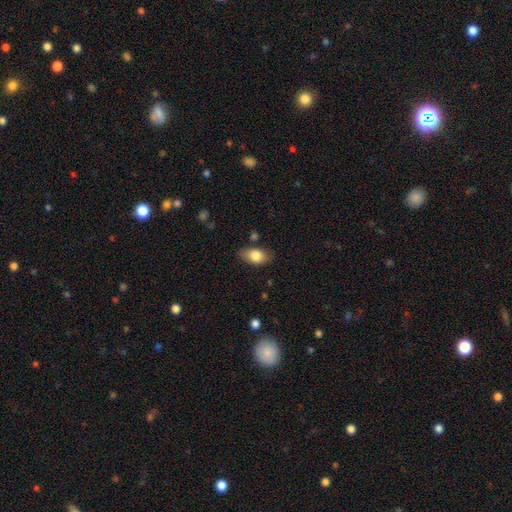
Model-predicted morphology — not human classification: The model was most divided on "merging": none: 79%, minor disturbance: 16%, major disturbance: 3%, merger: 2%. More confident: how rounded — in between (89%); smooth or featured — smooth (80%).